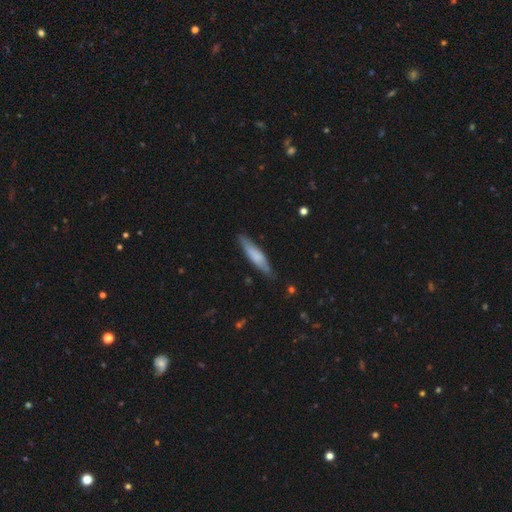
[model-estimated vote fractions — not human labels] Smooth or featured: smooth — 65% (featured or disk — 30%)
How rounded: cigar-shaped — 81% (in between — 18%)
Merging: none — 79% (minor disturbance — 16%)